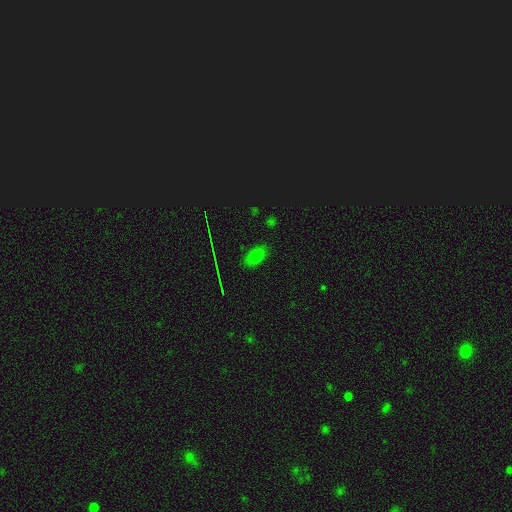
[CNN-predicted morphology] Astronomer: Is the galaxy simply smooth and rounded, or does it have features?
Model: smooth — 72%.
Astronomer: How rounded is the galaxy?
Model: in between — 86%.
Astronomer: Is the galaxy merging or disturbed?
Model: none — 83%.